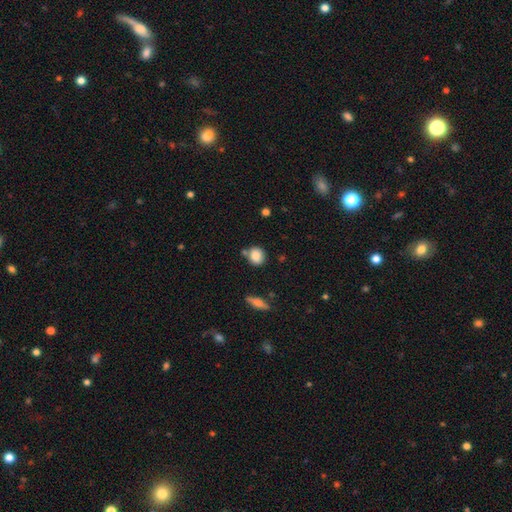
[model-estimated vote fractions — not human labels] A smooth galaxy with no disk features (83%) that is round (74%).

Vote fractions:
- Smooth or featured? smooth: 83% / star or artifact: 9% / featured or disk: 8%
- How rounded? round: 74% / in between: 25% / cigar-shaped: 2%
- Merging? none: 67% / minor disturbance: 17% / merger: 13% / major disturbance: 4%